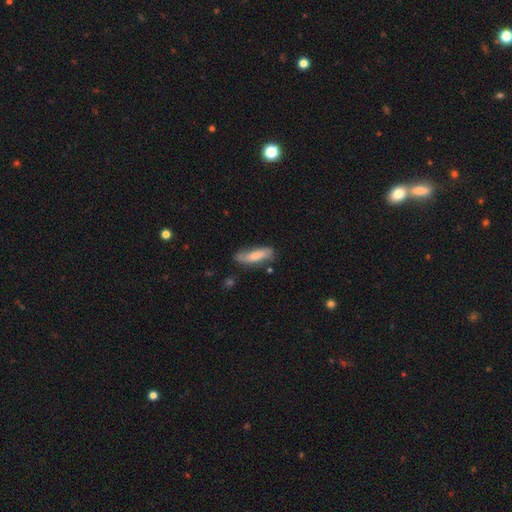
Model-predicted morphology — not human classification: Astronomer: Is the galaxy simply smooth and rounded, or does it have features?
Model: smooth — 68%.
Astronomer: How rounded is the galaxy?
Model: cigar-shaped — 55% (runner-up: in between, 43%).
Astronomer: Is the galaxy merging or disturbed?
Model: none — 67%.